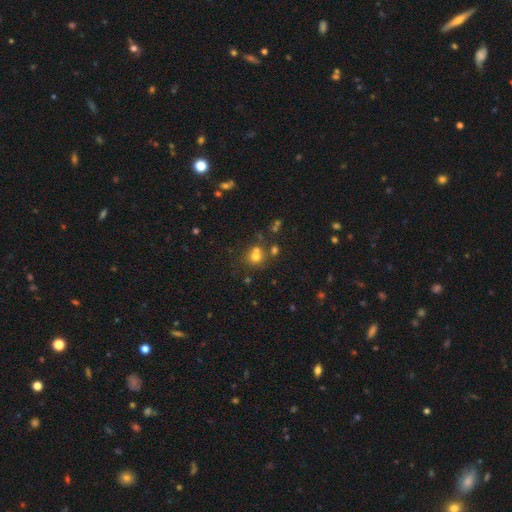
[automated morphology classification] The model was most divided on "merging": none: 50%, merger: 37%, minor disturbance: 9%, major disturbance: 4%. More confident: how rounded — round (83%); smooth or featured — smooth (68%).